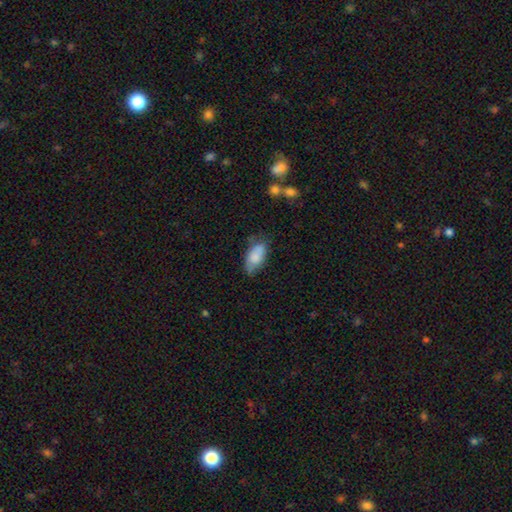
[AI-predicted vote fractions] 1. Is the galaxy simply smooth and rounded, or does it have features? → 80% smooth, 14% featured or disk, 7% star or artifact.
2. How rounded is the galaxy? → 90% in between, 7% cigar-shaped, 3% round.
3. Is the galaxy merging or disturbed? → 56% none, 31% minor disturbance, 9% major disturbance, 4% merger.